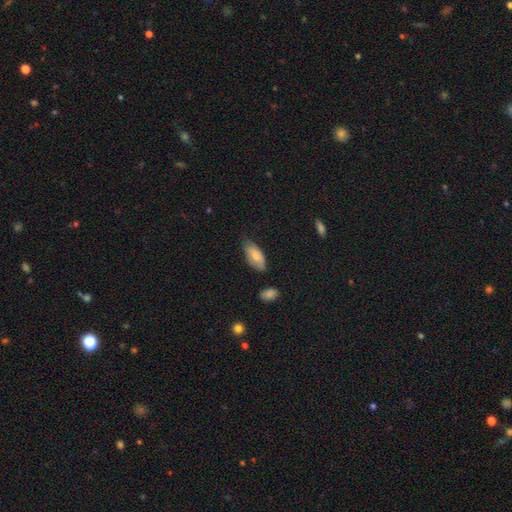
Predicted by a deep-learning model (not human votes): Smooth or featured? Predicted: smooth (p=0.75). How rounded? Predicted: in between (p=0.90). Merging? Predicted: none (p=0.60).